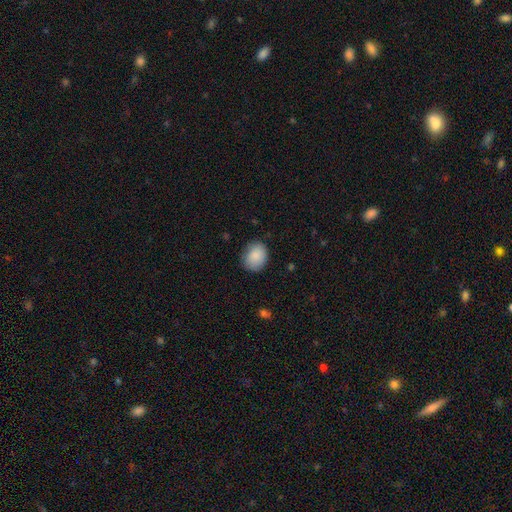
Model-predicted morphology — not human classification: The model was most divided on "how rounded": round: 50%, in between: 49%, cigar-shaped: 1%. More confident: smooth or featured — smooth (88%); merging — none (80%).